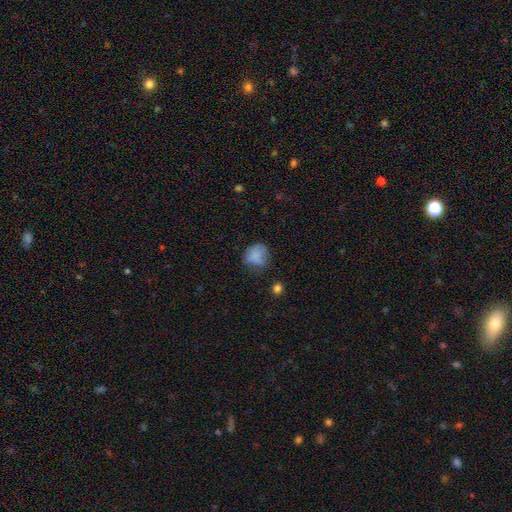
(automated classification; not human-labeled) smooth_or_featured: smooth (p=0.76) [alt: featured or disk p=0.13]
how_rounded: round (p=0.68) [alt: in between p=0.31]
merging: none (p=0.55) [alt: minor disturbance p=0.30]